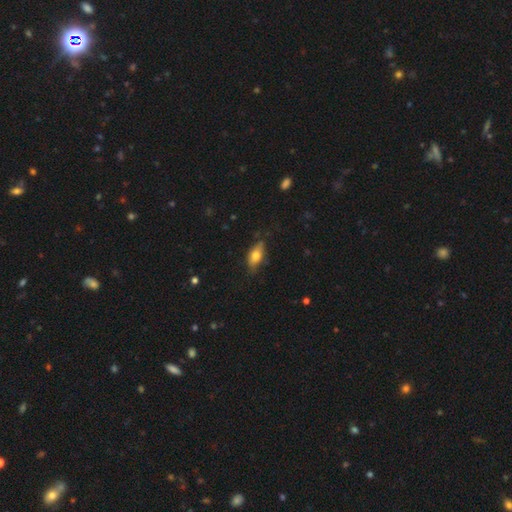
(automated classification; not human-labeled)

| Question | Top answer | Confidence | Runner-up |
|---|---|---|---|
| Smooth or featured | smooth | 72% | featured or disk (21%) |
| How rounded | in between | 83% | cigar-shaped (13%) |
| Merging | none | 70% | minor disturbance (23%) |